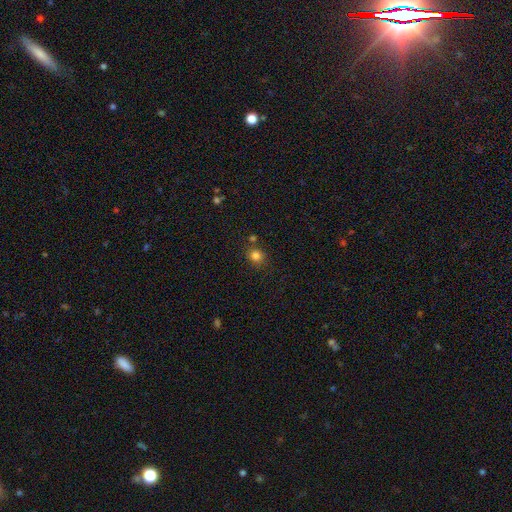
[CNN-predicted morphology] smooth 81%, star or artifact 14%, featured or disk 6%. Down the decision tree: how rounded — round (82%); merging — none (76%).